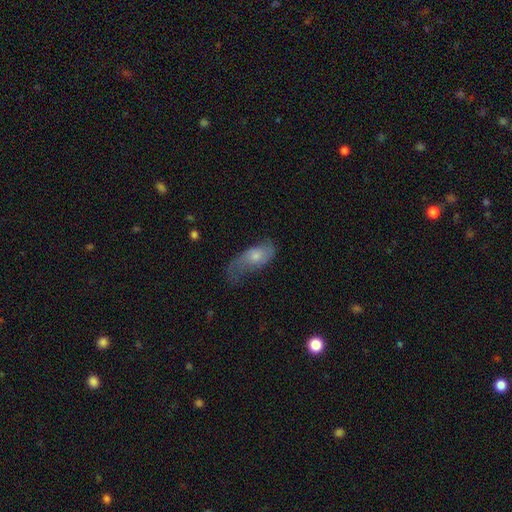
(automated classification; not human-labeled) Smooth or featured? Predicted: featured or disk (p=0.49). Merging? Predicted: none (p=0.40).